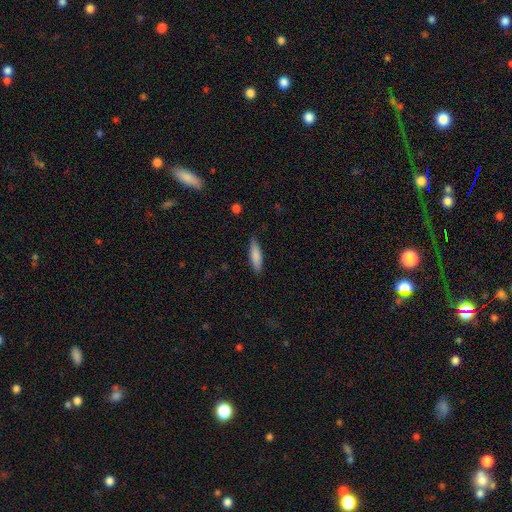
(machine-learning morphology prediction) The model was most divided on "how rounded": cigar-shaped: 67%, in between: 31%, round: 1%. More confident: merging — none (84%); smooth or featured — smooth (83%).